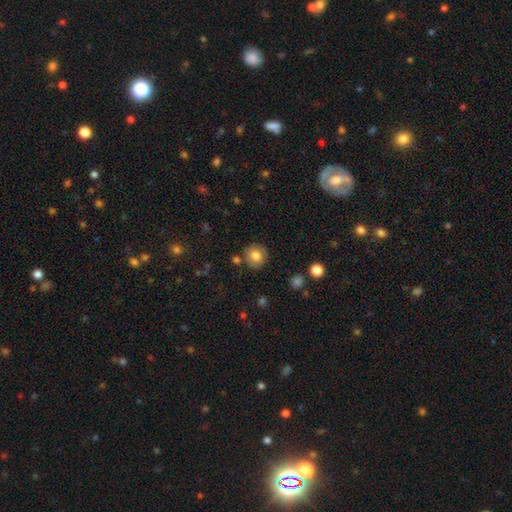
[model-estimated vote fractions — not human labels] A smooth galaxy with no disk features (81%) that is round (90%). Merging: none (85%).